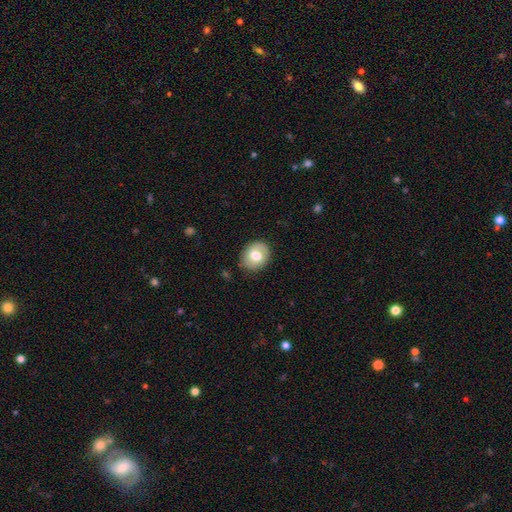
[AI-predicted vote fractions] Morphology: type=smooth (70%); roundness=round (61%); merging=none (84%).